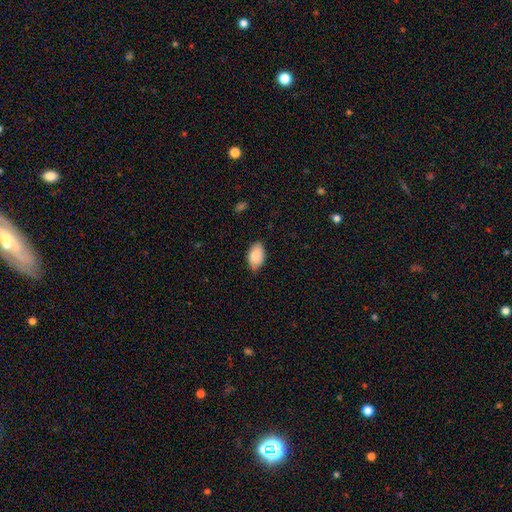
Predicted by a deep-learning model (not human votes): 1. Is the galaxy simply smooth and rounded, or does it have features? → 87% smooth, 7% featured or disk, 6% star or artifact.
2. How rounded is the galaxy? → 93% in between, 5% round, 2% cigar-shaped.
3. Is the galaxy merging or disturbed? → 76% none, 20% minor disturbance, 3% major disturbance, 1% merger.